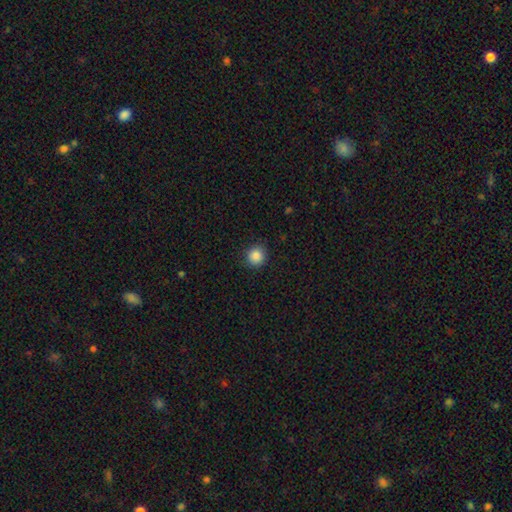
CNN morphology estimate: Q: Smooth or featured?
A: smooth (87%); runner-up: star or artifact (10%)
Q: How rounded?
A: round (93%); runner-up: in between (7%)
Q: Merging?
A: none (89%); runner-up: minor disturbance (7%)